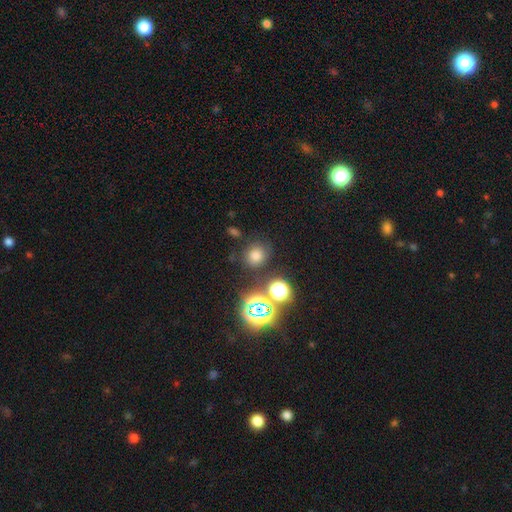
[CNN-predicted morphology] Smooth or featured? smooth (66%)
How rounded? round (82%)
Merging? none (78%)